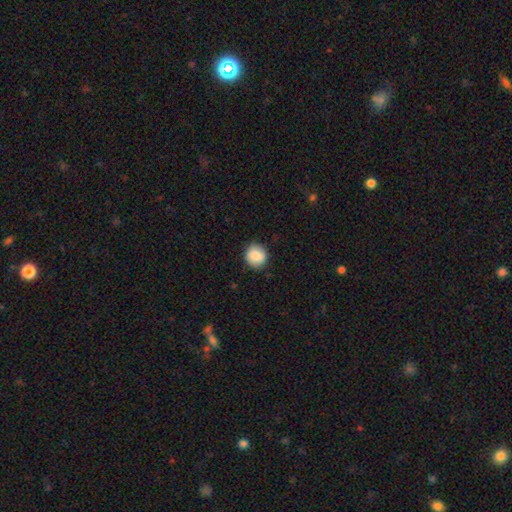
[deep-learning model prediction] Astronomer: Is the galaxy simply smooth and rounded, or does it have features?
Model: smooth — 86%.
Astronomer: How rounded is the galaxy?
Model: round — 88%.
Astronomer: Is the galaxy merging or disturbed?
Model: none — 87%.